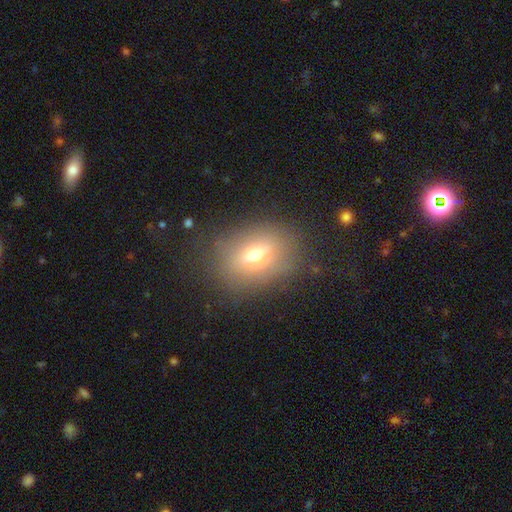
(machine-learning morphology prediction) The model was most divided on "how rounded": in between: 60%, round: 38%, cigar-shaped: 2%. More confident: merging — none (76%); smooth or featured — smooth (62%).